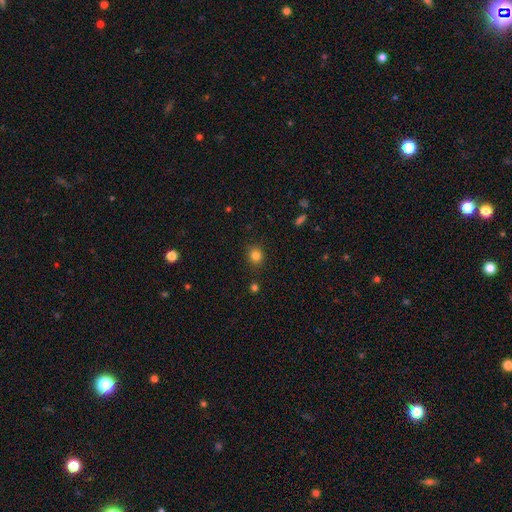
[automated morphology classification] smooth_or_featured: smooth (p=0.82) [alt: star or artifact p=0.13]
how_rounded: round (p=0.83) [alt: in between p=0.16]
merging: none (p=0.88) [alt: minor disturbance p=0.08]